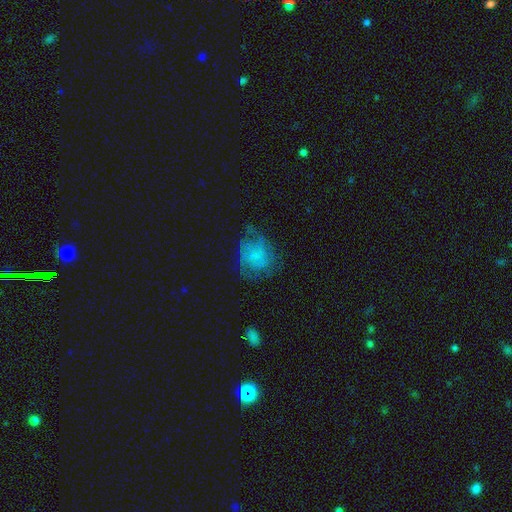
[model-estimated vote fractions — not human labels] Smooth or featured?
  - featured or disk: 55% *
  - smooth: 34%
  - star or artifact: 11%
Edge-on disk?
  - no: 98% *
  - yes: 2%
Bar?
  - no: 76% *
  - weak: 21%
  - strong: 3%
Spiral arms?
  - yes: 75% *
  - no: 25%
Bulge size?
  - none: 50% *
  - small: 32%
  - moderate: 13%
  - large: 4%
  - dominant: 1%
Merging?
  - none: 53% *
  - minor disturbance: 24%
  - major disturbance: 21%
  - merger: 2%